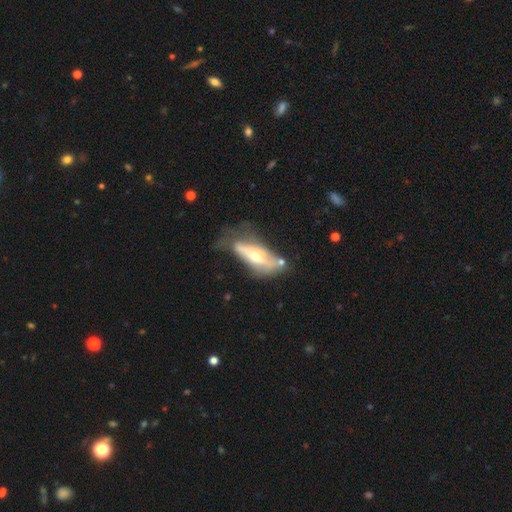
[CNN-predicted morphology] This is possibly a featured or disk galaxy (56%). It is possibly not viewed edge-on (52%). Merging: marginally none (35%).